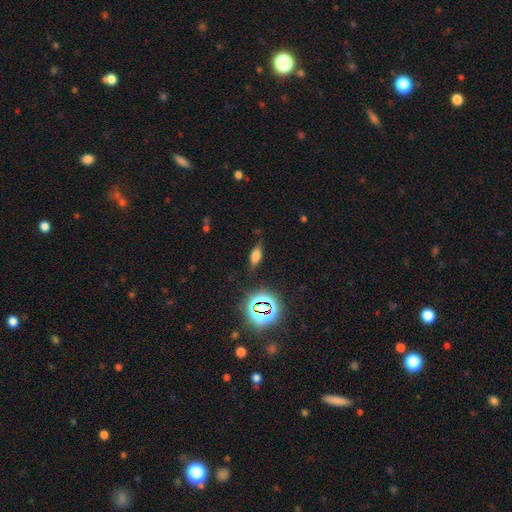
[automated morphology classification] Smooth or featured: smooth — 56% (featured or disk — 22%)
How rounded: in between — 69% (cigar-shaped — 23%)
Merging: none — 75% (minor disturbance — 18%)